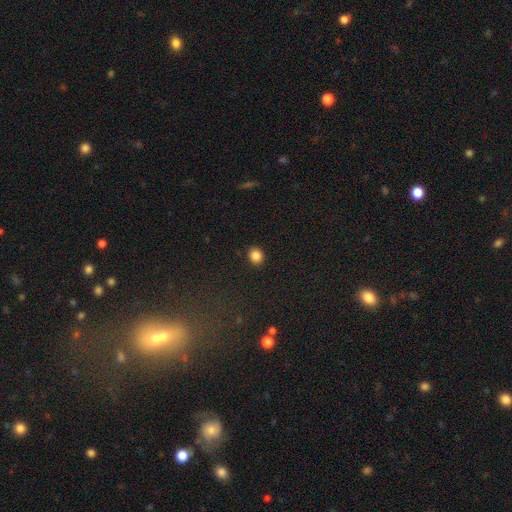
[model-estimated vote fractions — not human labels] Smooth or featured: smooth — 86% (star or artifact — 10%)
How rounded: round — 78% (in between — 21%)
Merging: none — 91% (minor disturbance — 6%)